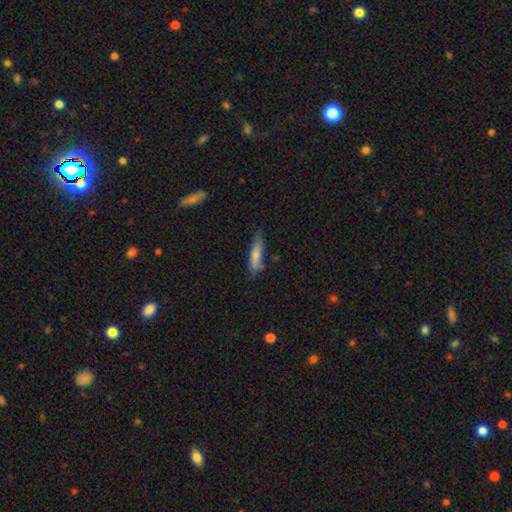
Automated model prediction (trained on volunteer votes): smooth 74%, featured or disk 20%, star or artifact 7%. Down the decision tree: how rounded — cigar-shaped (71%); merging — none (63%).